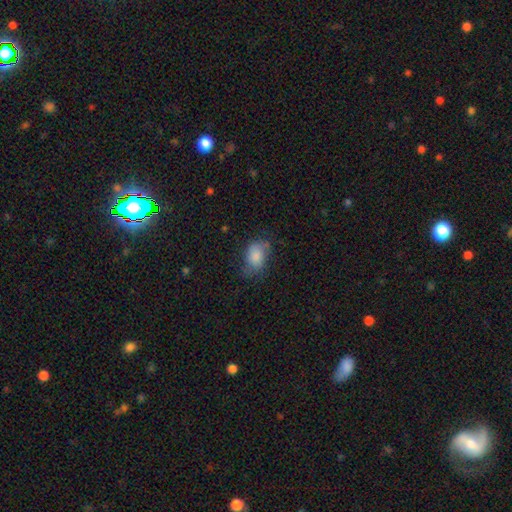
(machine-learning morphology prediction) smooth_or_featured: smooth (p=0.75) [alt: featured or disk p=0.16]
how_rounded: in between (p=0.79) [alt: round p=0.19]
merging: none (p=0.47) [alt: minor disturbance p=0.33]